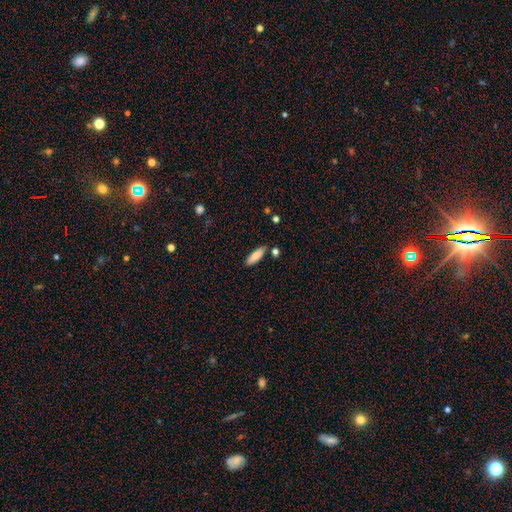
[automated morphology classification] A smooth galaxy with no disk features (83%) that is in between round and cigar-shaped (53%).

Vote fractions:
- Smooth or featured? smooth: 83% / featured or disk: 11% / star or artifact: 6%
- How rounded? in between: 53% / cigar-shaped: 45% / round: 2%
- Merging? none: 81% / minor disturbance: 11% / merger: 5% / major disturbance: 2%